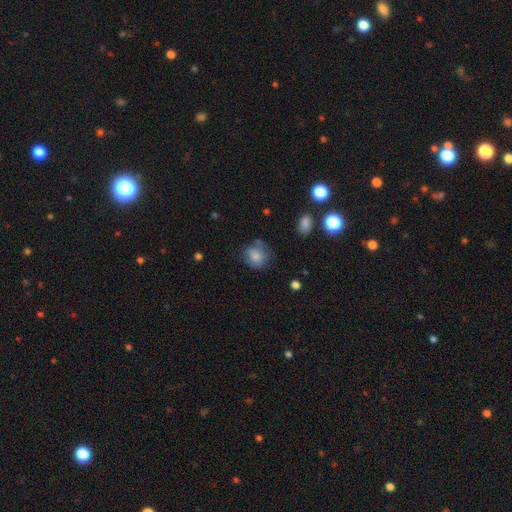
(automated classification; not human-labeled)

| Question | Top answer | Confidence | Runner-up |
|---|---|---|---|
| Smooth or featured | smooth | 79% | featured or disk (11%) |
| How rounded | round | 73% | in between (25%) |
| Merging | none | 56% | minor disturbance (27%) |